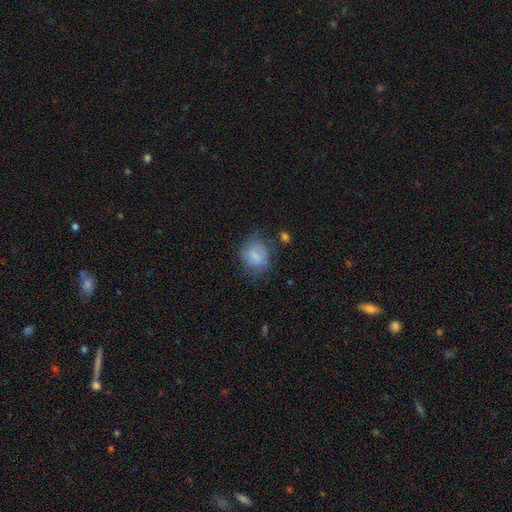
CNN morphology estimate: Smooth or featured? Predicted: smooth (p=0.72). How rounded? Predicted: round (p=0.61). Merging? Predicted: none (p=0.59).